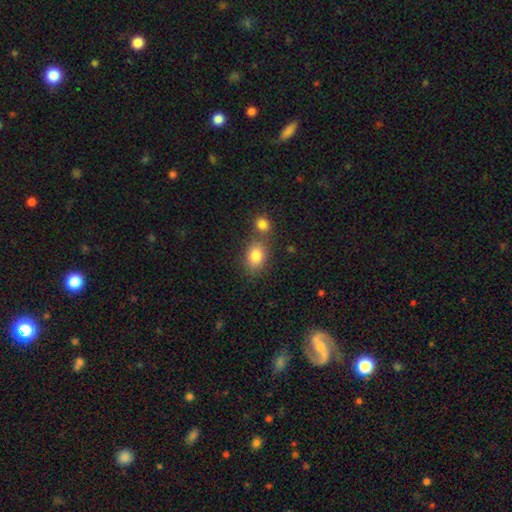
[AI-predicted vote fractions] Smooth or featured: smooth — 83% (star or artifact — 9%)
How rounded: in between — 74% (round — 25%)
Merging: none — 58% (merger — 26%)